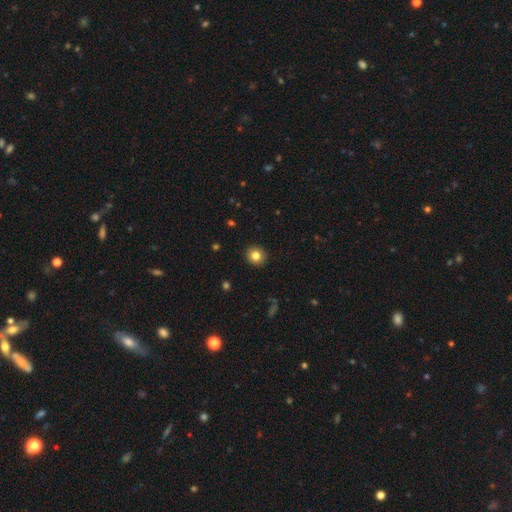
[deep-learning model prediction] Overall: smooth (83%). How rounded: round (90%). Merging: none (92%).